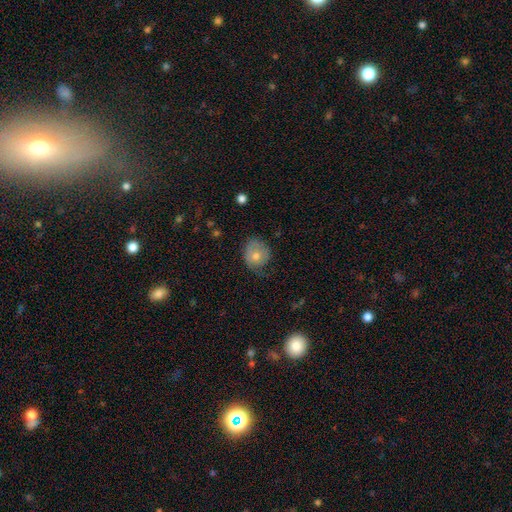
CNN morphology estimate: This is likely a smooth galaxy (63%). How rounded: likely round (72%). Merging: possibly none (54%).